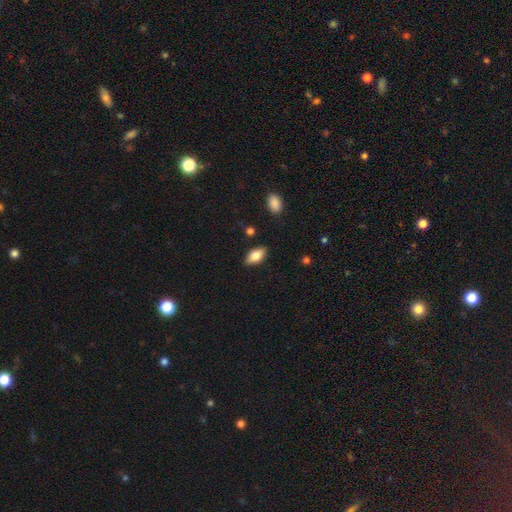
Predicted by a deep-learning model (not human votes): smooth 70%, featured or disk 23%, star or artifact 7%. Down the decision tree: how rounded — in between (86%); merging — none (85%).